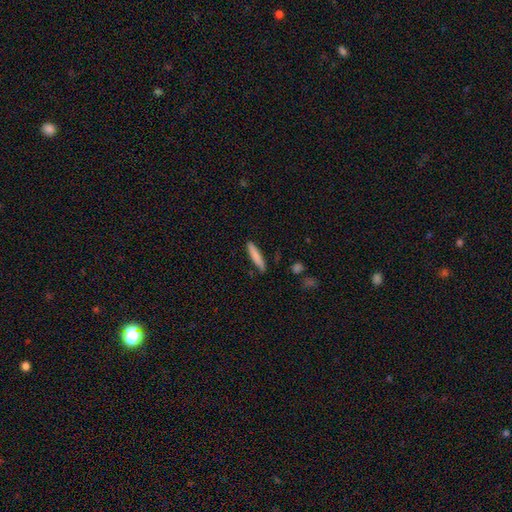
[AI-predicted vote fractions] Q: Smooth or featured?
A: smooth (83%); runner-up: featured or disk (11%)
Q: How rounded?
A: cigar-shaped (89%); runner-up: in between (10%)
Q: Merging?
A: none (87%); runner-up: minor disturbance (10%)